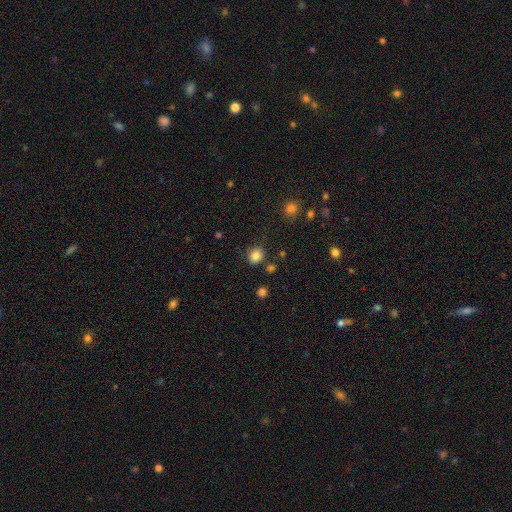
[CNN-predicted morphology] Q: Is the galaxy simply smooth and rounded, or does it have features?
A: smooth — 84%.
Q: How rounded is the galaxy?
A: round — 74%.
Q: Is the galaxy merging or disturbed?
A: none — 79%.